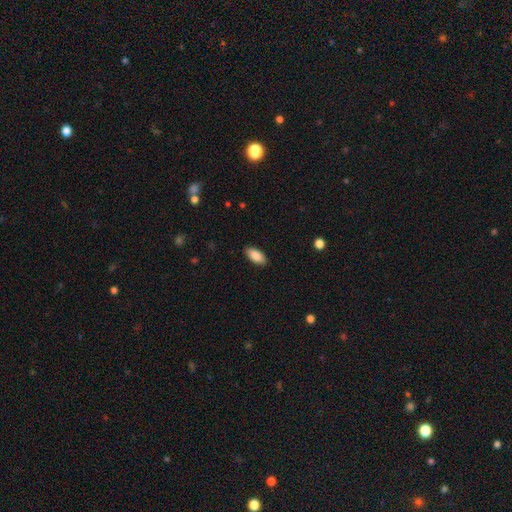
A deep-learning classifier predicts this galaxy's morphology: Smooth or featured? Predicted: smooth (p=0.88). How rounded? Predicted: in between (p=0.92). Merging? Predicted: none (p=0.88).